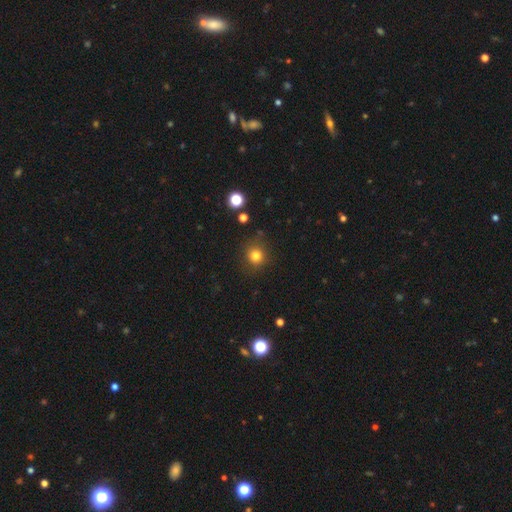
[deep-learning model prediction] smooth 80%, star or artifact 14%, featured or disk 6%. Down the decision tree: how rounded — round (91%); merging — none (86%).